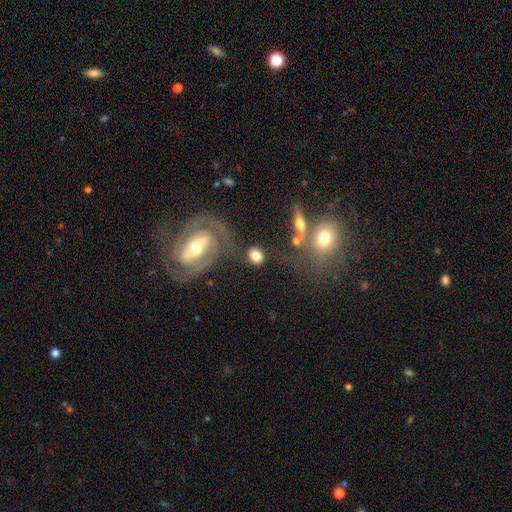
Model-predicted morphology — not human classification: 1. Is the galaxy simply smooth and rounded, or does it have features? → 67% smooth, 25% featured or disk, 8% star or artifact.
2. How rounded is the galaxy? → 56% round, 42% in between, 2% cigar-shaped.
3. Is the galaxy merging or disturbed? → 64% none, 15% minor disturbance, 11% merger, 10% major disturbance.